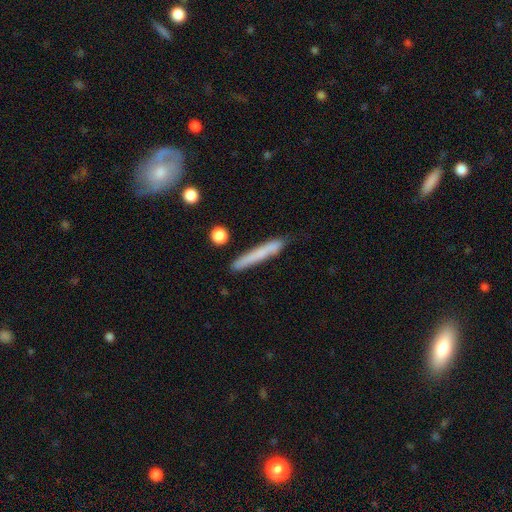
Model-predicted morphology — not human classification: smooth-or-featured: smooth: 68% | featured or disk: 25% | star or artifact: 7%
  how-rounded: cigar-shaped: 95% | in between: 3% | round: 1%
  merging: none: 80% | minor disturbance: 14% | major disturbance: 3% | merger: 3%